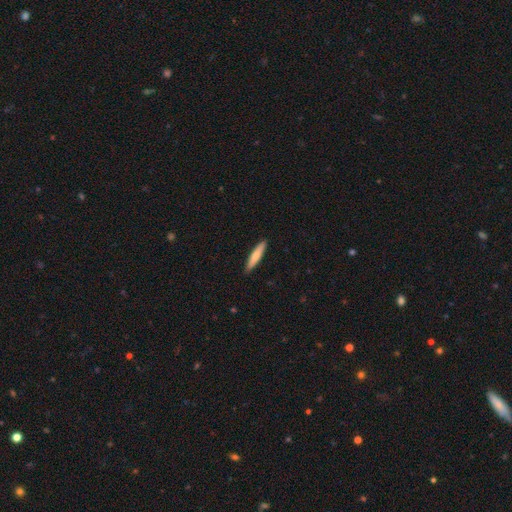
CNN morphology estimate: type=smooth (72%); roundness=cigar-shaped (89%); merging=none (90%).